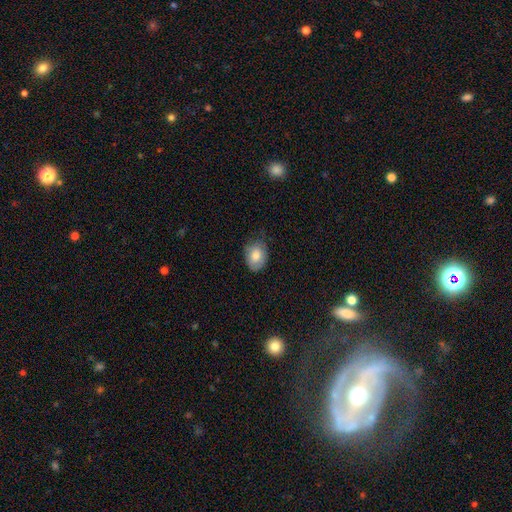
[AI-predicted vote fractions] The model was most divided on "merging": none: 66%, minor disturbance: 28%, major disturbance: 5%, merger: 1%. More confident: smooth or featured — smooth (80%); how rounded — in between (73%).